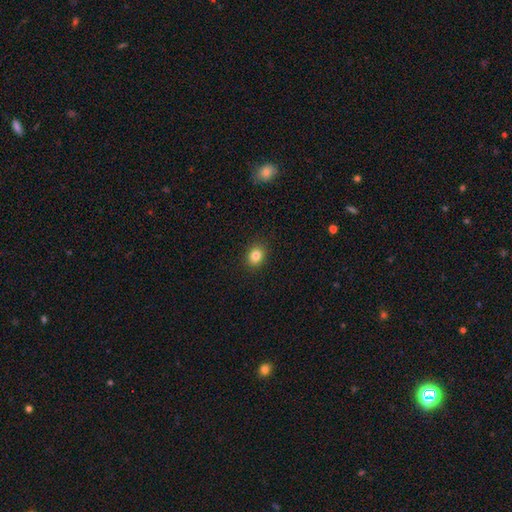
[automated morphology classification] smooth-or-featured: smooth: 84% | star or artifact: 11% | featured or disk: 6%
  how-rounded: round: 56% | in between: 43% | cigar-shaped: 1%
  merging: none: 90% | minor disturbance: 7% | major disturbance: 2% | merger: 1%